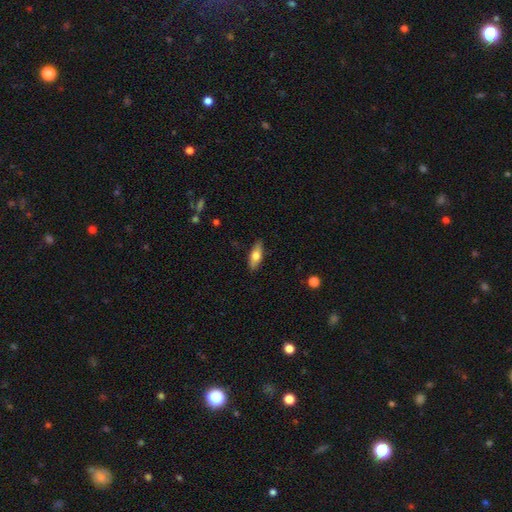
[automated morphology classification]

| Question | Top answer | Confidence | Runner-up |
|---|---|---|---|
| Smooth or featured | smooth | 66% | featured or disk (28%) |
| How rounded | in between | 68% | cigar-shaped (29%) |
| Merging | none | 86% | minor disturbance (11%) |